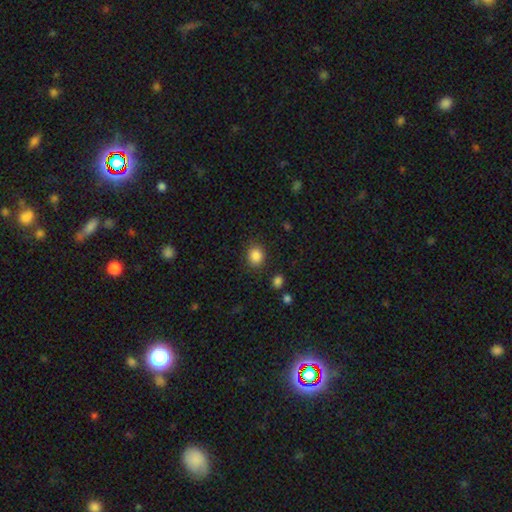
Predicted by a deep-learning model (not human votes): smooth_or_featured: smooth (p=0.87) [alt: star or artifact p=0.10]
how_rounded: round (p=0.69) [alt: in between p=0.30]
merging: none (p=0.86) [alt: minor disturbance p=0.09]